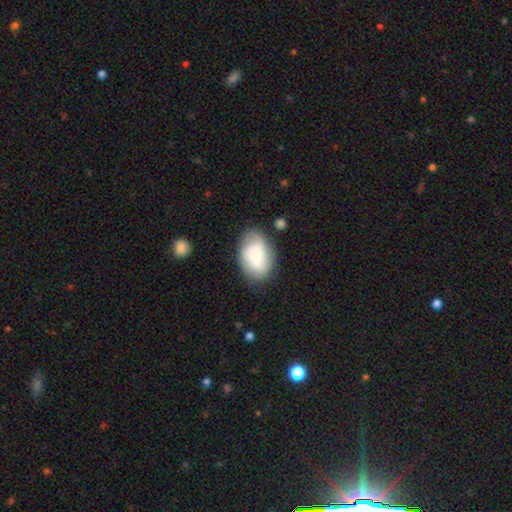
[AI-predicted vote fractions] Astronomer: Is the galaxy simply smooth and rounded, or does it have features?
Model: smooth — 73%.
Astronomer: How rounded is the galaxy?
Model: in between — 83%.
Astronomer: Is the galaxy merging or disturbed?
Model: none — 67%.